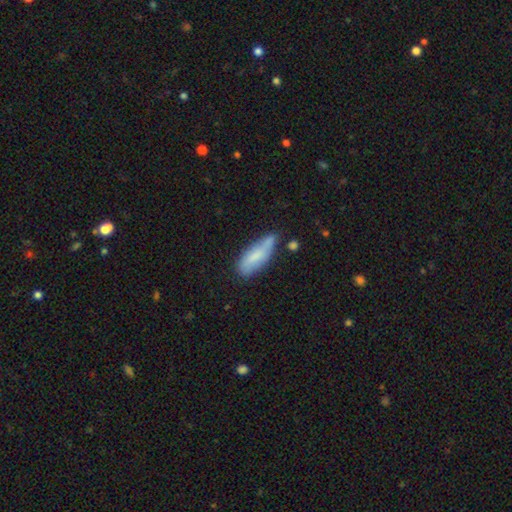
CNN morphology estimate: type=smooth (70%); roundness=in between (55%); merging=none (58%).